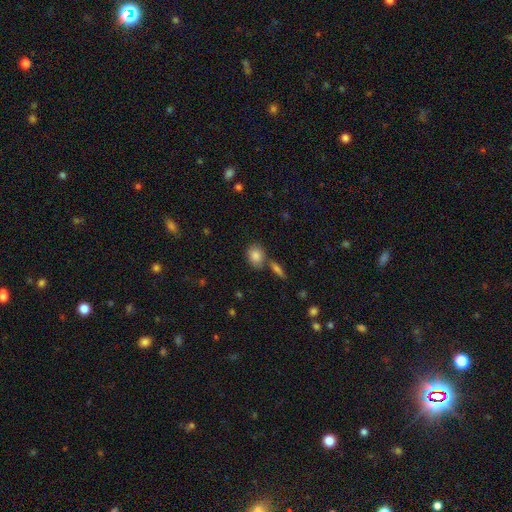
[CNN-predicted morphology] Overall: smooth (85%). How rounded: round (53%; in between 45%). Merging: none (69%).